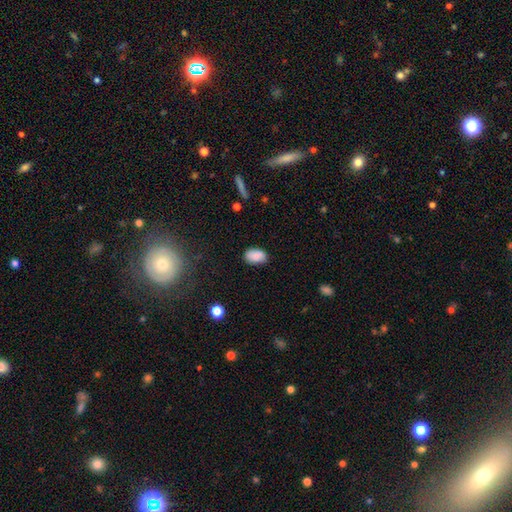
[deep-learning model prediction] A smooth galaxy with no disk features (88%) that is in between round and cigar-shaped (90%).

Vote fractions:
- Smooth or featured? smooth: 88% / star or artifact: 8% / featured or disk: 5%
- How rounded? in between: 90% / round: 8% / cigar-shaped: 1%
- Merging? none: 80% / minor disturbance: 16% / major disturbance: 3% / merger: 2%